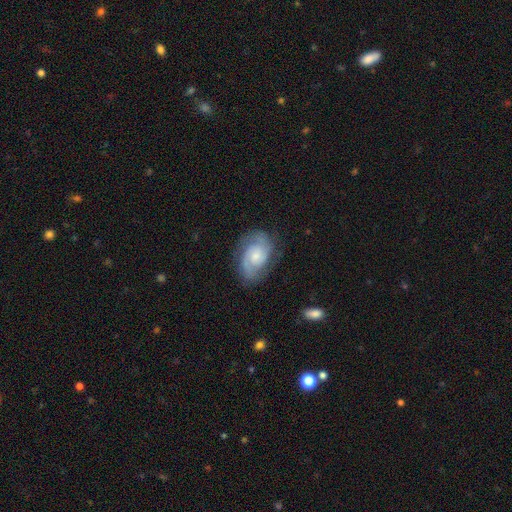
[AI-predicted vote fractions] Q: Smooth or featured?
A: featured or disk (81%); runner-up: smooth (14%)
Q: Edge-on disk?
A: no (97%); runner-up: yes (3%)
Q: Bar?
A: no (65%); runner-up: weak (31%)
Q: Spiral arms?
A: yes (96%); runner-up: no (4%)
Q: Spiral winding?
A: tight (46%); runner-up: medium (44%)
Q: Spiral arm count?
A: 2 (75%); runner-up: can't tell (10%)
Q: Bulge size?
A: small (52%); runner-up: moderate (37%)
Q: Merging?
A: none (76%); runner-up: minor disturbance (17%)